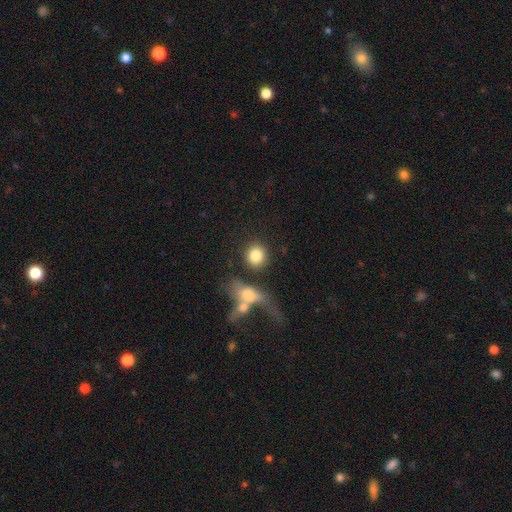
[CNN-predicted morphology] Smooth or featured? Predicted: smooth (p=0.82). How rounded? Predicted: round (p=0.80). Merging? Predicted: none (p=0.63).